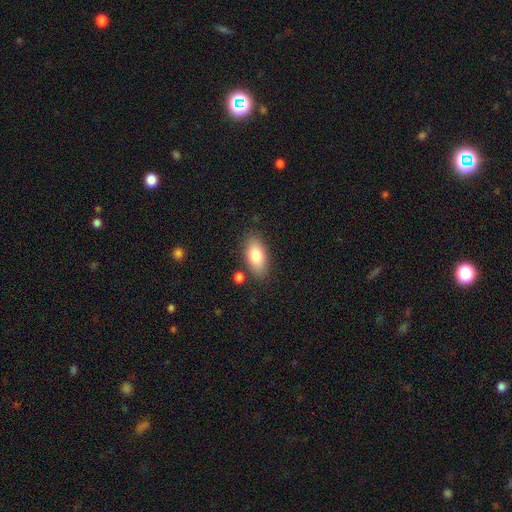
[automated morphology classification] Overall: smooth (80%). How rounded: in between (90%). Merging: none (81%).